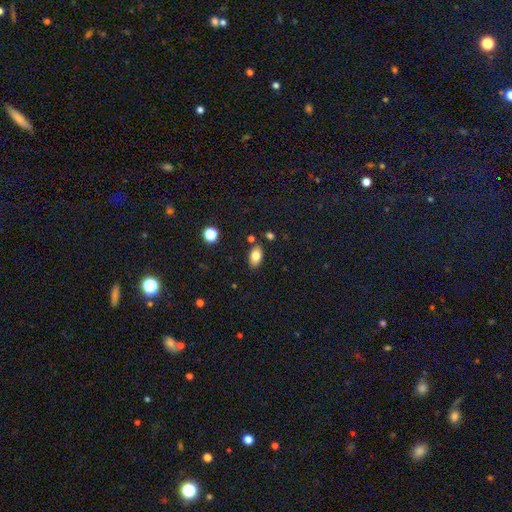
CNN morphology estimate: A smooth galaxy with no disk features (80%) that is in between round and cigar-shaped (90%).

Vote fractions:
- Smooth or featured? smooth: 80% / featured or disk: 11% / star or artifact: 9%
- How rounded? in between: 90% / round: 7% / cigar-shaped: 2%
- Merging? none: 82% / minor disturbance: 11% / merger: 4% / major disturbance: 2%